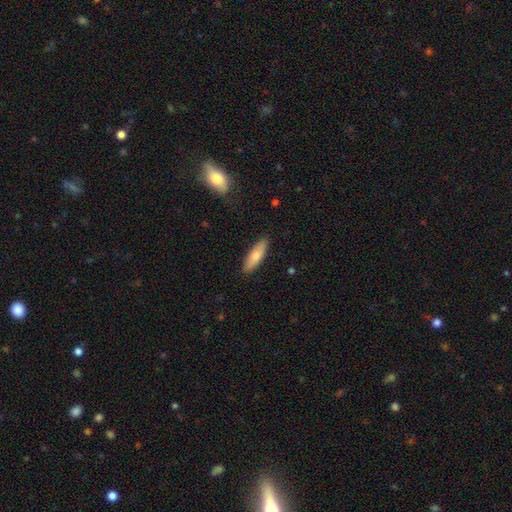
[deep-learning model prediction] Smooth or featured? Predicted: smooth (p=0.74). How rounded? Predicted: cigar-shaped (p=0.54). Merging? Predicted: none (p=0.89).